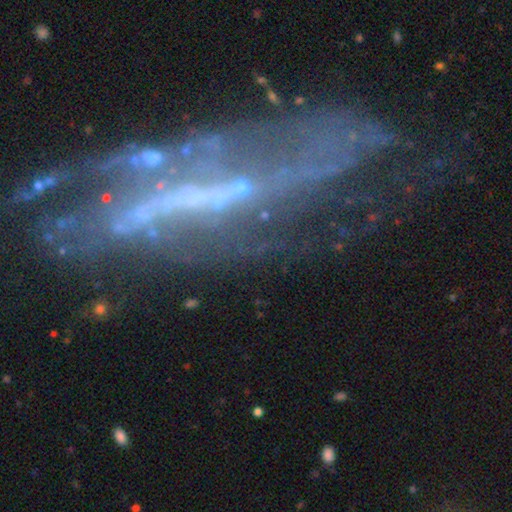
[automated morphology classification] smooth_or_featured: featured or disk (p=0.71) [alt: star or artifact p=0.17]
disk_edge_on: no (p=0.79) [alt: yes p=0.21]
bar: no (p=0.39) [alt: strong p=0.35]
has_spiral_arms: yes (p=0.57) [alt: no p=0.43]
bulge_size: none (p=0.55) [alt: small p=0.29]
merging: none (p=0.49) [alt: major disturbance p=0.26]